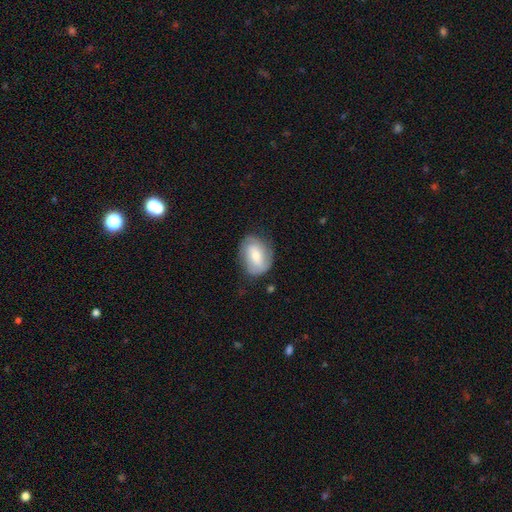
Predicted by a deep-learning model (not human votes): Smooth or featured? Predicted: smooth (p=0.49). Merging? Predicted: none (p=0.72).